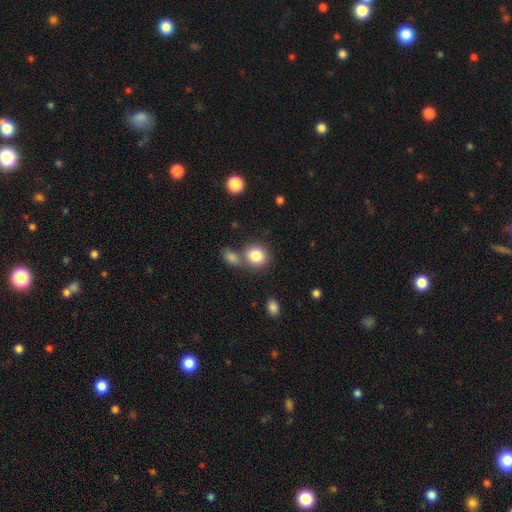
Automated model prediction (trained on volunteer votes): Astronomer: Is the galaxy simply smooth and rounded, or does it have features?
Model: smooth — 84%.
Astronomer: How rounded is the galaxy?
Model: round — 78%.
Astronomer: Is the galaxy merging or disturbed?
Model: none — 58%.